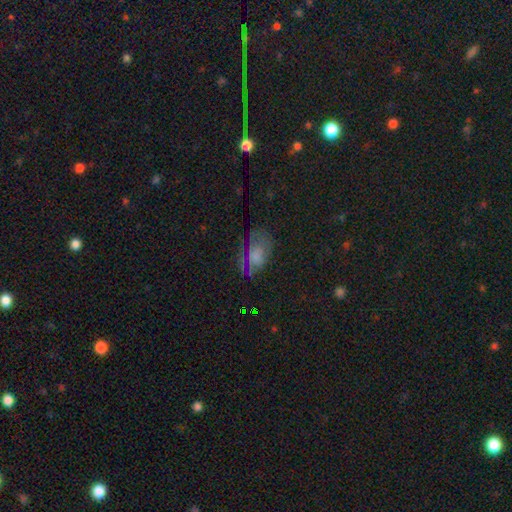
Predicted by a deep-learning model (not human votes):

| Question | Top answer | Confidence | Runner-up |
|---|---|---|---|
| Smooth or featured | smooth | 52% | star or artifact (32%) |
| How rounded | in between | 78% | round (19%) |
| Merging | none | 58% | minor disturbance (23%) |